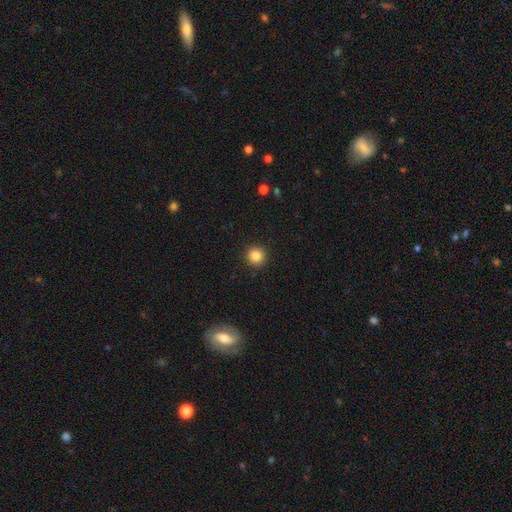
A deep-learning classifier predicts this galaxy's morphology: A smooth galaxy with no disk features (85%) that is round (94%). Merging: none (92%).